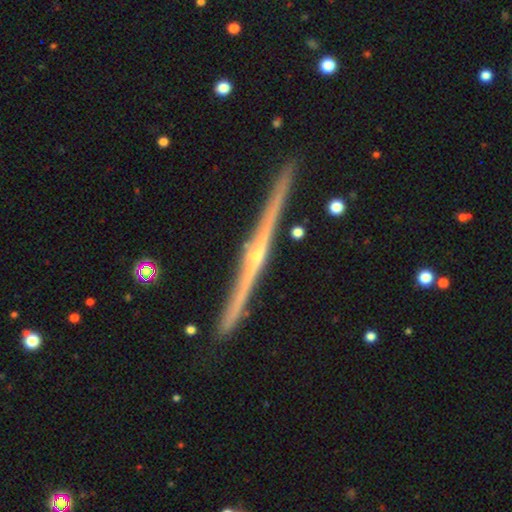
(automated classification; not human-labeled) This appears to be a featured or disk galaxy (88%) viewed edge-on (99%) with a rounded central bulge (79%). Merging: none (91%).